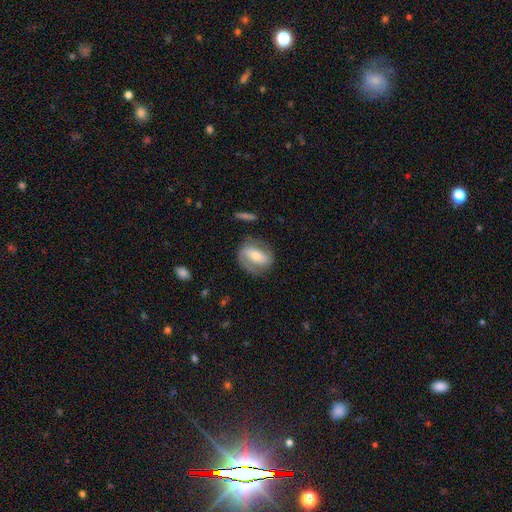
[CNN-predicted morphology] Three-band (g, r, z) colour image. It shows a featured or disk galaxy (62%) with a strong bar (40%), spiral arms (78%) and a moderate central bulge (54%). Merging: none (69%).